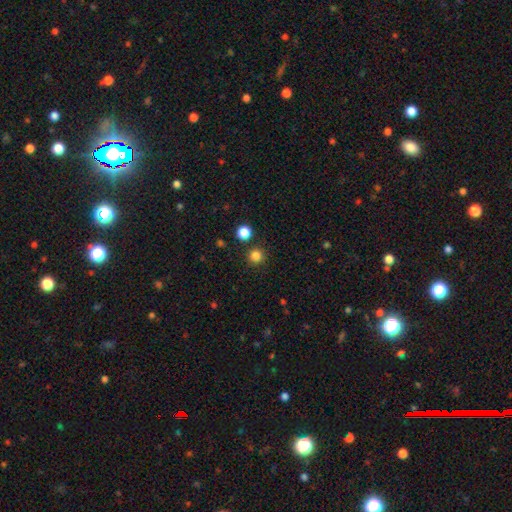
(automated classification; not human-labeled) smooth-or-featured: smooth: 83% | star or artifact: 14% | featured or disk: 3%
  how-rounded: round: 95% | in between: 4% | cigar-shaped: 1%
  merging: none: 89% | minor disturbance: 5% | merger: 4% | major disturbance: 2%